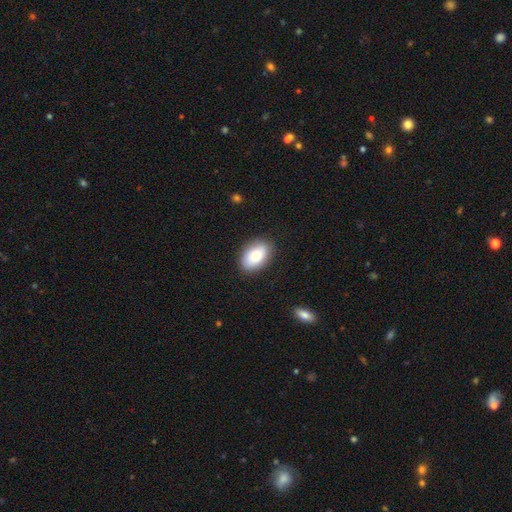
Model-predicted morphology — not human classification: This is clearly a smooth galaxy (81%). How rounded: clearly in between (90%). Merging: clearly none (87%).